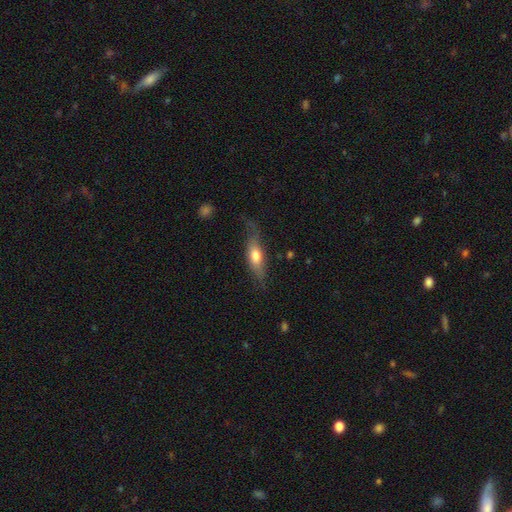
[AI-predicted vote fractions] A smooth galaxy with no disk features (62%) that is in between round and cigar-shaped (55%).

Vote fractions:
- Smooth or featured? smooth: 62% / featured or disk: 32% / star or artifact: 6%
- How rounded? in between: 55% / cigar-shaped: 41% / round: 4%
- Merging? none: 56% / minor disturbance: 28% / major disturbance: 13% / merger: 2%